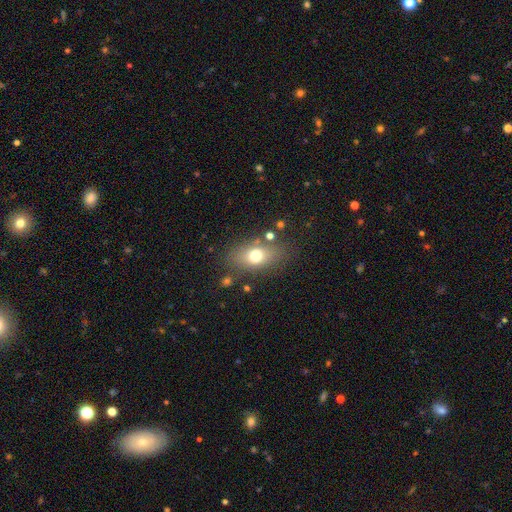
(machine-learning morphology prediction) Q: Smooth or featured?
A: smooth (71%); runner-up: featured or disk (19%)
Q: How rounded?
A: in between (77%); runner-up: round (18%)
Q: Merging?
A: none (75%); runner-up: minor disturbance (14%)